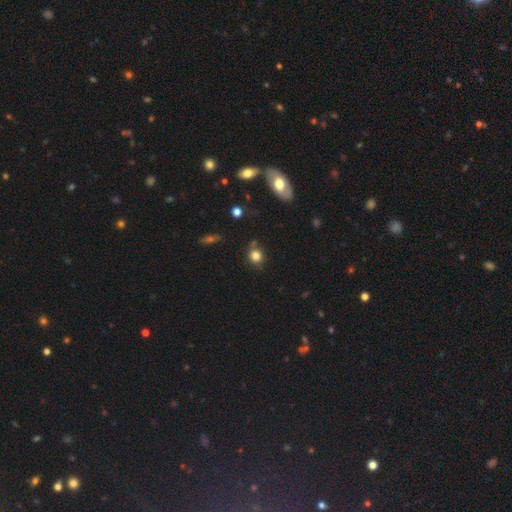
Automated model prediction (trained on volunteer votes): A smooth galaxy with no disk features (81%) that is round (74%).

Vote fractions:
- Smooth or featured? smooth: 81% / star or artifact: 12% / featured or disk: 7%
- How rounded? round: 74% / in between: 25% / cigar-shaped: 1%
- Merging? none: 70% / minor disturbance: 18% / merger: 8% / major disturbance: 5%